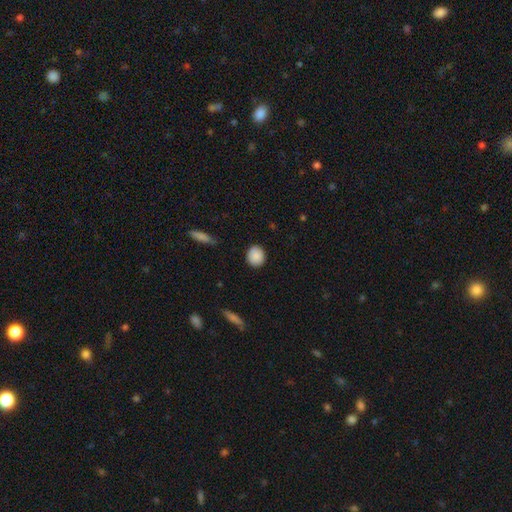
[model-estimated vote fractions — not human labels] smooth_or_featured: smooth (p=0.89) [alt: star or artifact p=0.07]
how_rounded: round (p=0.73) [alt: in between p=0.26]
merging: none (p=0.88) [alt: minor disturbance p=0.09]